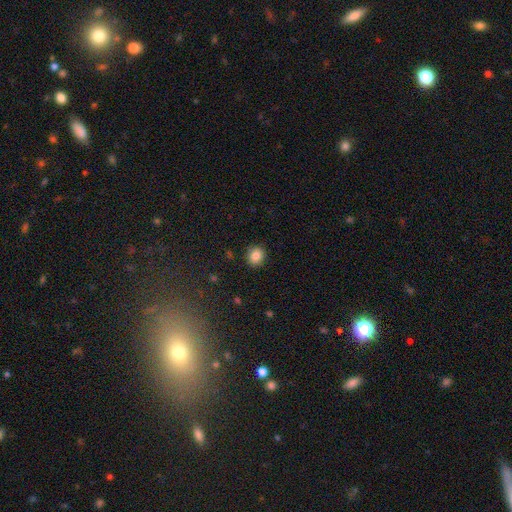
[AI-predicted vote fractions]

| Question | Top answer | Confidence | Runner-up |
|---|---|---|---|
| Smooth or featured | smooth | 85% | star or artifact (10%) |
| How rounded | round | 78% | in between (21%) |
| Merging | none | 90% | minor disturbance (7%) |